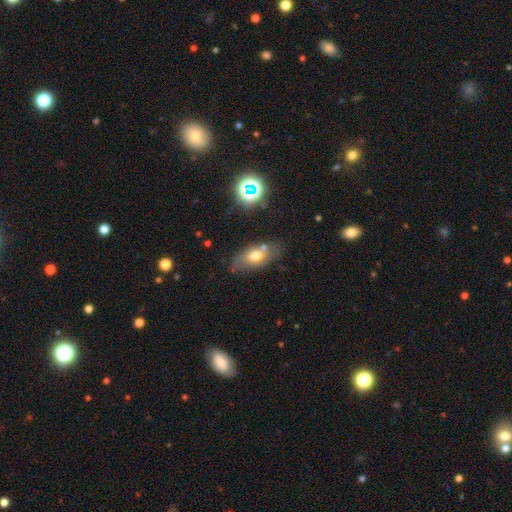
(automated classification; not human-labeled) smooth-or-featured: smooth: 62% | featured or disk: 26% | star or artifact: 12%
  how-rounded: in between: 85% | round: 8% | cigar-shaped: 7%
  merging: none: 63% | minor disturbance: 21% | merger: 9% | major disturbance: 7%